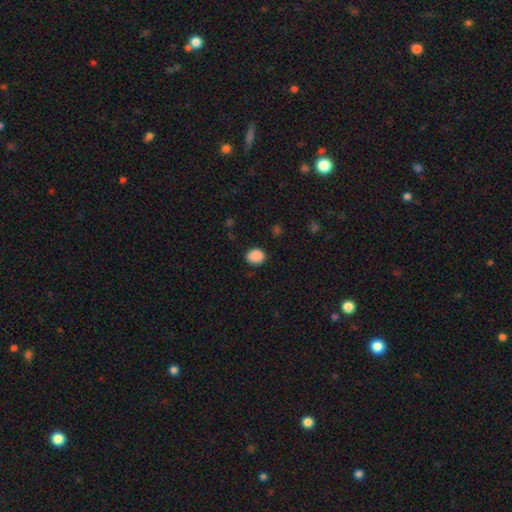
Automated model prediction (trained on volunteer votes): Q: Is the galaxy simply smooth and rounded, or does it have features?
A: smooth — 89%.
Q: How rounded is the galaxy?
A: round — 52%.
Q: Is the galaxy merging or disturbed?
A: none — 85%.